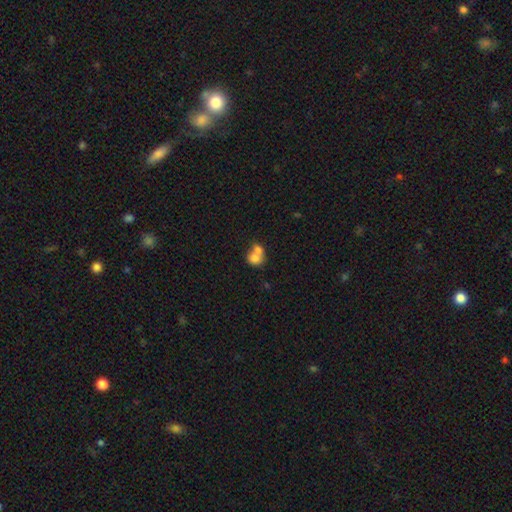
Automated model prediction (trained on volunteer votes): This appears to be a smooth galaxy with no disk features (75%) that is round (71%). Merging: merger (67%).